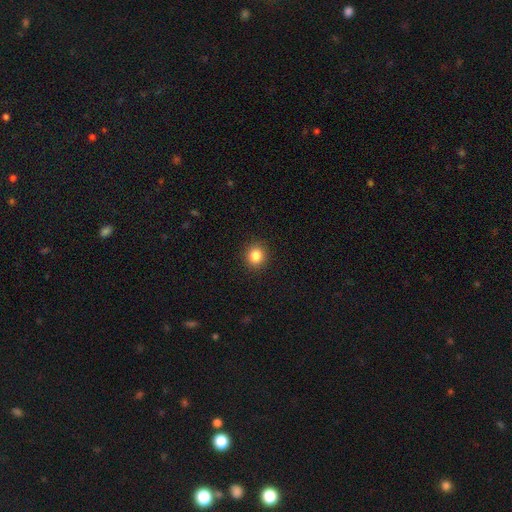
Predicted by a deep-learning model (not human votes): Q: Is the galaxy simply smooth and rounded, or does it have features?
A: smooth — 85%.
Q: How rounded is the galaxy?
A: round — 85%.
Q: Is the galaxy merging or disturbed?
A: none — 91%.